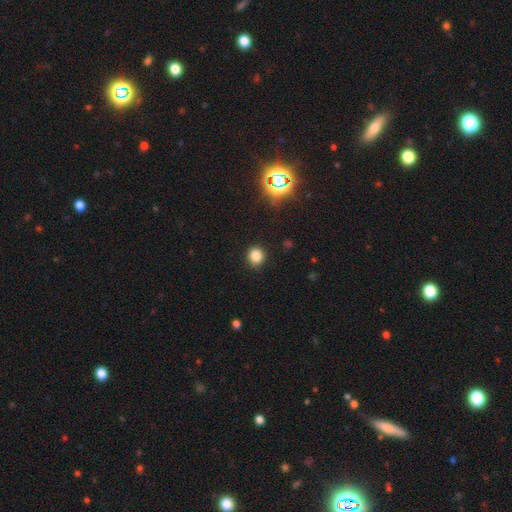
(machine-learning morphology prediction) A smooth galaxy with no disk features (81%) that is round (85%). Merging: none (89%).